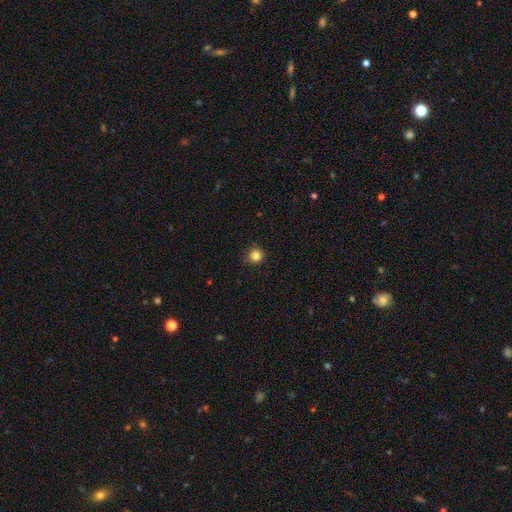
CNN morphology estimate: Overall: smooth (83%). How rounded: round (94%). Merging: none (89%).